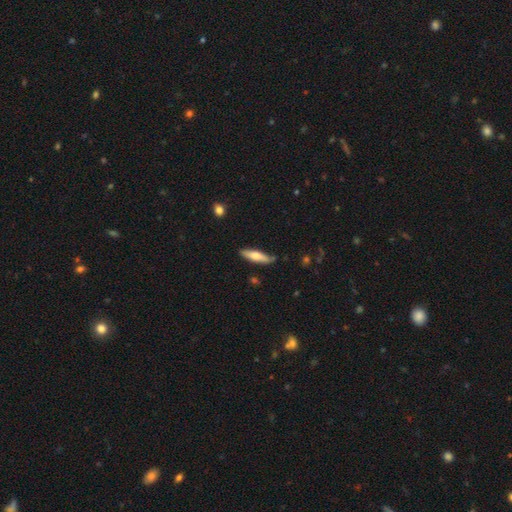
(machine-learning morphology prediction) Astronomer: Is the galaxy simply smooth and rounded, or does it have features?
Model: smooth — 60%.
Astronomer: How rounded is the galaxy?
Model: cigar-shaped — 73%.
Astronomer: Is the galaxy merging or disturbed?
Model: none — 80%.